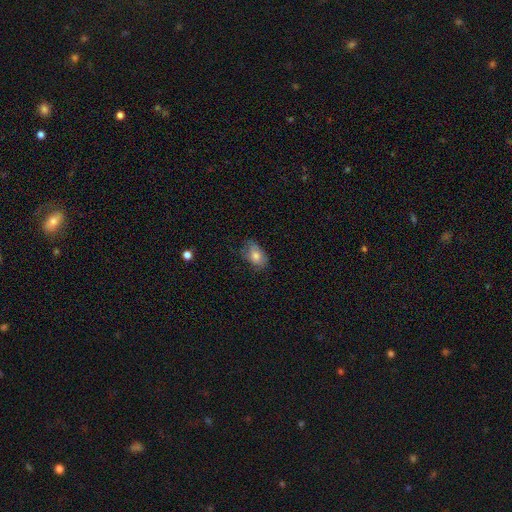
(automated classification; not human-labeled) Smooth or featured: smooth — 71% (featured or disk — 21%)
How rounded: in between — 83% (round — 15%)
Merging: none — 57% (minor disturbance — 30%)